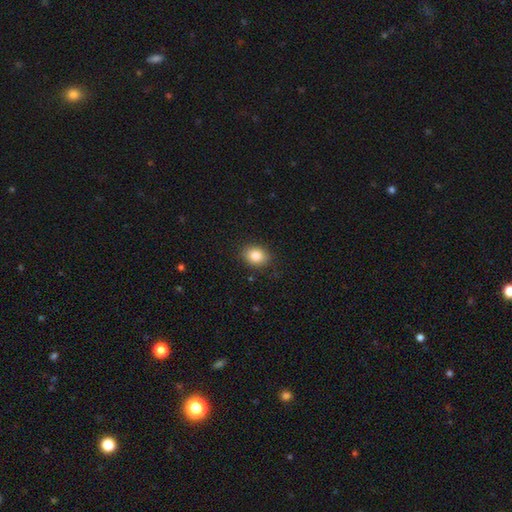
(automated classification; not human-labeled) Smooth or featured?
  - smooth: 84% *
  - star or artifact: 9%
  - featured or disk: 7%
How rounded?
  - in between: 53% *
  - round: 46%
  - cigar-shaped: 1%
Merging?
  - none: 87% *
  - minor disturbance: 9%
  - major disturbance: 2%
  - merger: 1%